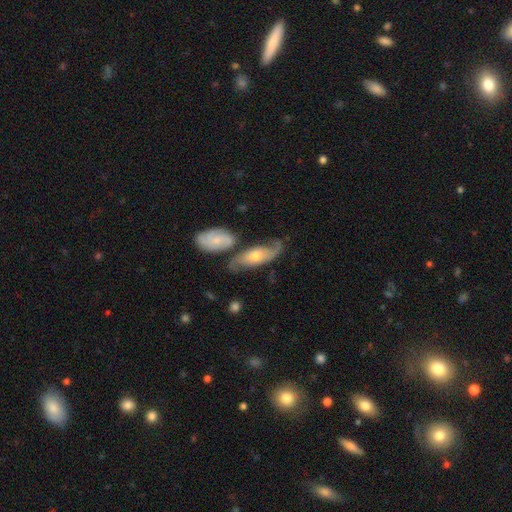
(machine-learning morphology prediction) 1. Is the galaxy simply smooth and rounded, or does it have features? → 74% featured or disk, 20% smooth, 6% star or artifact.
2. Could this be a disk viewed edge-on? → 88% no, 12% yes.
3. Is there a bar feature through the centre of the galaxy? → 66% no, 27% weak, 7% strong.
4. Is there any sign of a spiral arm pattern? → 91% yes, 9% no.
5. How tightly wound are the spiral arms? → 40% medium, 38% loose, 23% tight.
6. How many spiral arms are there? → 76% 2, 11% can't tell, 8% 1, 2% 3, 1% 4, 1% more than 4.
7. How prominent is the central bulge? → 60% moderate, 28% small, 8% large, 2% none, 1% dominant.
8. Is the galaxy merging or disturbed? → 48% none, 21% merger, 19% minor disturbance, 12% major disturbance.